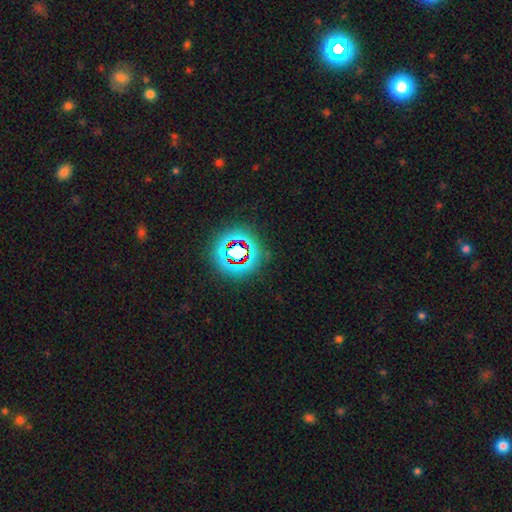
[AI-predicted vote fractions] Smooth or featured?
  - star or artifact: 78% *
  - smooth: 13%
  - featured or disk: 9%